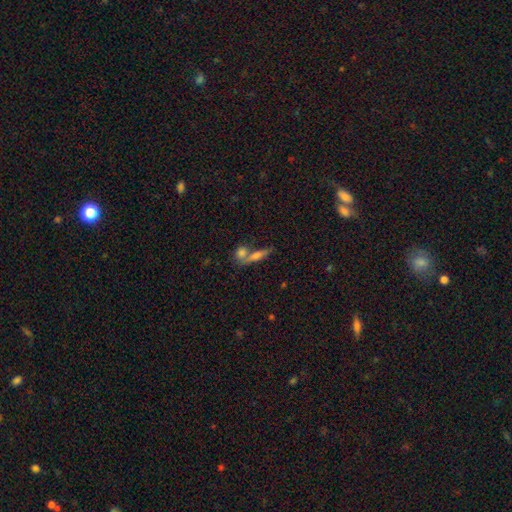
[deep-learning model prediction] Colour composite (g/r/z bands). It shows a smooth galaxy with no disk features (54%) that is cigar-shaped (63%). Merging: none (51%).